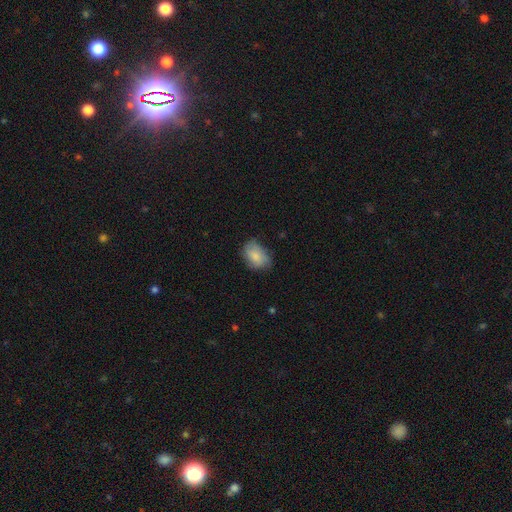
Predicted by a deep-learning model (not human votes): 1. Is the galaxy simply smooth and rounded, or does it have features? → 82% smooth, 11% featured or disk, 7% star or artifact.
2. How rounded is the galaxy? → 81% in between, 18% round, 1% cigar-shaped.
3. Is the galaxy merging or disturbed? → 64% none, 28% minor disturbance, 7% major disturbance, 1% merger.